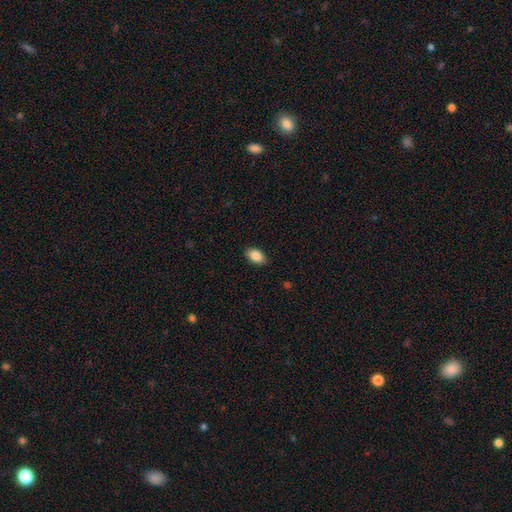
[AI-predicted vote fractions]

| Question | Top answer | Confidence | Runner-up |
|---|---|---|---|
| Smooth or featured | smooth | 86% | star or artifact (8%) |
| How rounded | in between | 91% | round (8%) |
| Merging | none | 88% | minor disturbance (9%) |